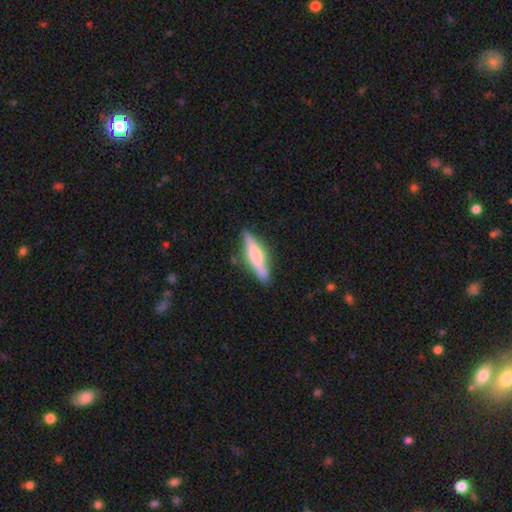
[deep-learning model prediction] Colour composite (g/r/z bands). It shows a smooth galaxy with no disk features (50%). Merging: none (78%).